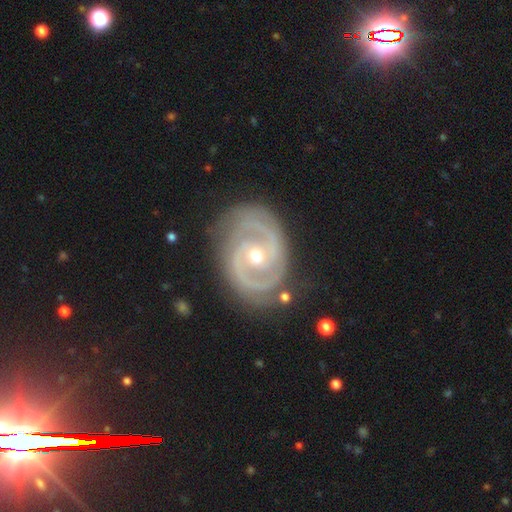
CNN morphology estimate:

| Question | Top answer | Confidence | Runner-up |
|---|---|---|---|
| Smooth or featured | featured or disk | 92% | star or artifact (4%) |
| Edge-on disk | no | 97% | yes (3%) |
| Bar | no | 55% | weak (32%) |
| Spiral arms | yes | 98% | no (2%) |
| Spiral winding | tight | 62% | medium (33%) |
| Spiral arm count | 2 | 86% | 3 (6%) |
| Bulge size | moderate | 60% | small (37%) |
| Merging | none | 79% | minor disturbance (15%) |